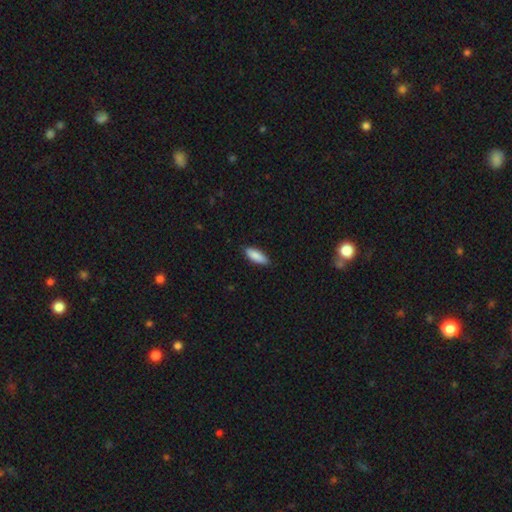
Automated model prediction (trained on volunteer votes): smooth 88%, featured or disk 6%, star or artifact 6%. Down the decision tree: how rounded — in between (62%); merging — none (86%).